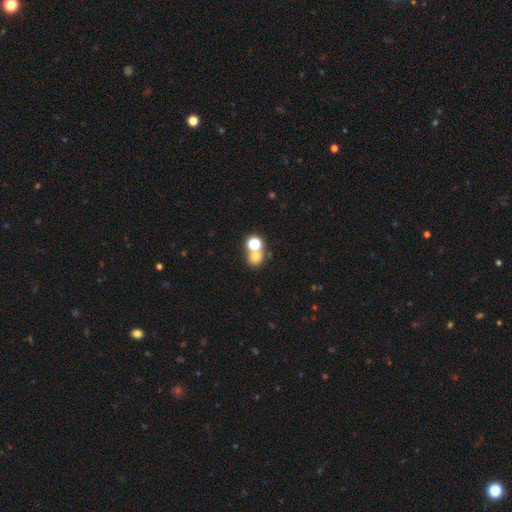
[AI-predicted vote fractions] Morphology: type=smooth (67%); roundness=round (73%); merging=none (45%).